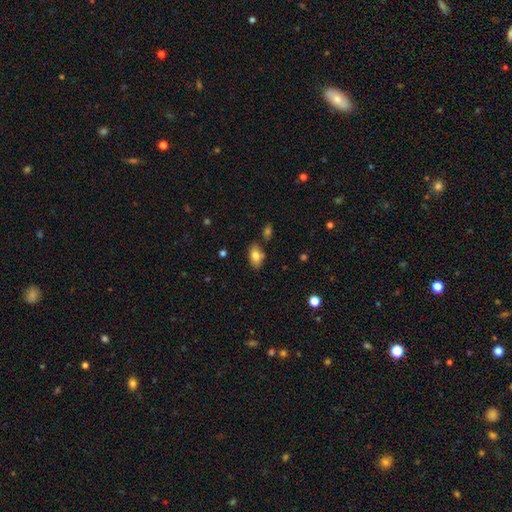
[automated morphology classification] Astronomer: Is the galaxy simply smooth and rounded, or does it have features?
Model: smooth — 78%.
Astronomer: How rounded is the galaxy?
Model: in between — 90%.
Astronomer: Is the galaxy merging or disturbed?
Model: none — 74%.